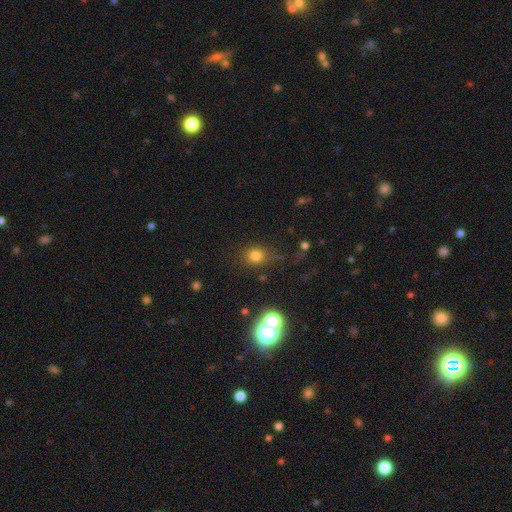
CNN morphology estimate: Smooth or featured? Predicted: smooth (p=0.75). How rounded? Predicted: round (p=0.77). Merging? Predicted: none (p=0.70).